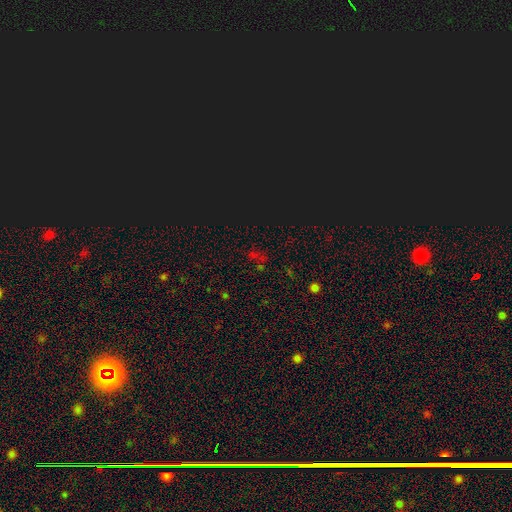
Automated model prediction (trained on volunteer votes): Q: Smooth or featured?
A: star or artifact (67%); runner-up: smooth (24%)